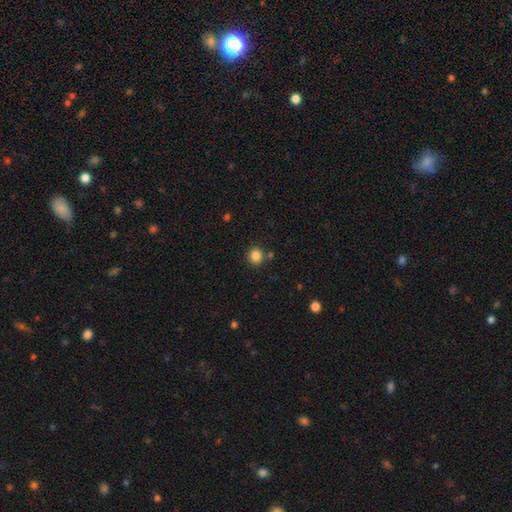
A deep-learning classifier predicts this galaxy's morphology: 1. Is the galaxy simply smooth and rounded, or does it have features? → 85% smooth, 11% star or artifact, 4% featured or disk.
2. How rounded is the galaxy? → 88% round, 11% in between, 1% cigar-shaped.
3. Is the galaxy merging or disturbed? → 83% none, 8% minor disturbance, 6% merger, 3% major disturbance.